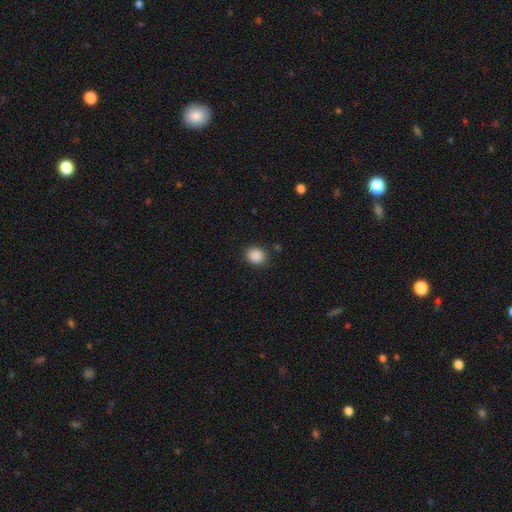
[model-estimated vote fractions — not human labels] smooth_or_featured: smooth (p=0.88) [alt: star or artifact p=0.09]
how_rounded: round (p=0.69) [alt: in between p=0.30]
merging: none (p=0.88) [alt: minor disturbance p=0.08]